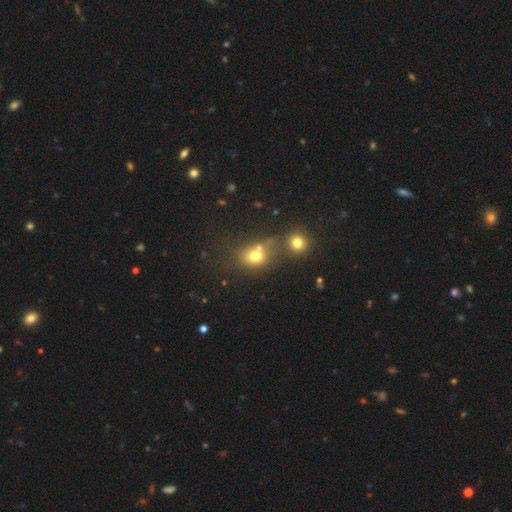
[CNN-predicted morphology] smooth_or_featured: smooth (p=0.73) [alt: star or artifact p=0.15]
how_rounded: round (p=0.54) [alt: in between p=0.45]
merging: none (p=0.40) [alt: merger p=0.39]